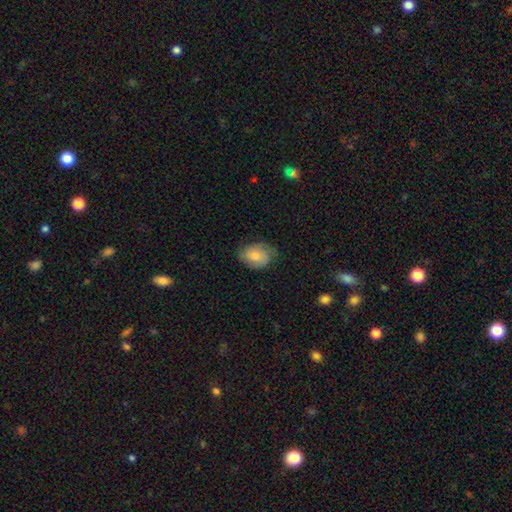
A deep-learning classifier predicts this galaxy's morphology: A smooth galaxy with no disk features (72%) that is in between round and cigar-shaped (67%).

Vote fractions:
- Smooth or featured? smooth: 72% / featured or disk: 22% / star or artifact: 6%
- How rounded? in between: 67% / round: 32% / cigar-shaped: 1%
- Merging? none: 66% / minor disturbance: 27% / major disturbance: 7% / merger: 1%